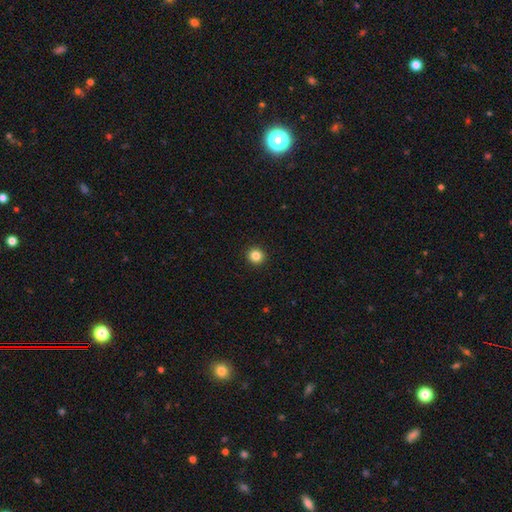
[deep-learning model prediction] smooth-or-featured: smooth: 84% | star or artifact: 12% | featured or disk: 4%
  how-rounded: round: 94% | in between: 5% | cigar-shaped: 1%
  merging: none: 94% | minor disturbance: 4% | major disturbance: 1% | merger: 1%